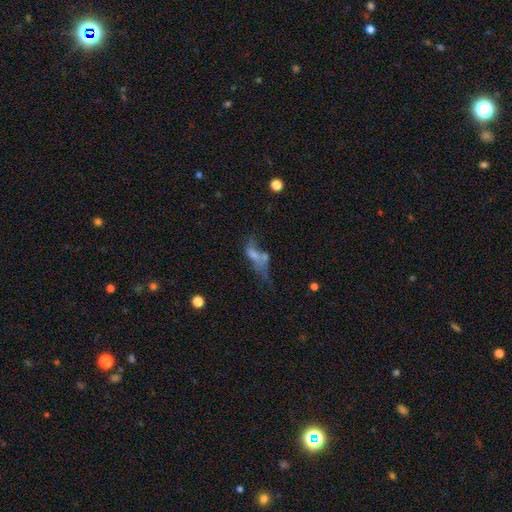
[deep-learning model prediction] smooth-or-featured: smooth: 46% | featured or disk: 38% | star or artifact: 16%
  merging: merger: 36% | major disturbance: 28% | none: 21% | minor disturbance: 14%